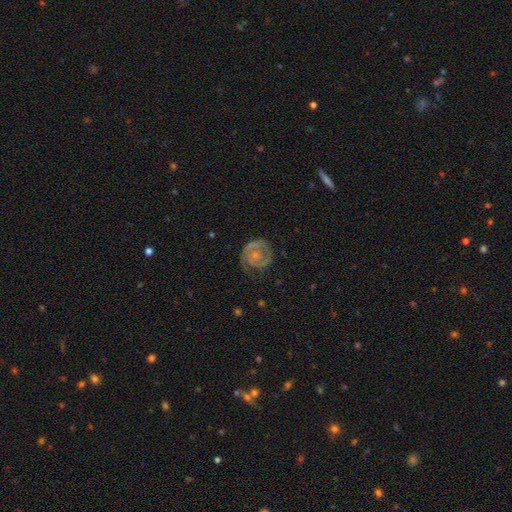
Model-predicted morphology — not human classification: A featured or disk galaxy (77%) with no bar (75%), 2 (54%) tight (62%) spiral arms (88%) and a small central bulge (66%).

Vote fractions:
- Smooth or featured? featured or disk: 77% / smooth: 17% / star or artifact: 6%
- Edge-on disk? no: 98% / yes: 2%
- Bar? no: 75% / weak: 21% / strong: 4%
- Spiral arms? yes: 88% / no: 12%
- Spiral winding? tight: 62% / medium: 29% / loose: 9%
- Spiral arm count? 2: 54% / 1: 20% / can't tell: 16% / 3: 6% / 4: 2% / more than 4: 2%
- Bulge size? small: 66% / moderate: 23% / none: 8% / large: 2% / dominant: 1%
- Merging? none: 69% / minor disturbance: 19% / major disturbance: 10% / merger: 2%